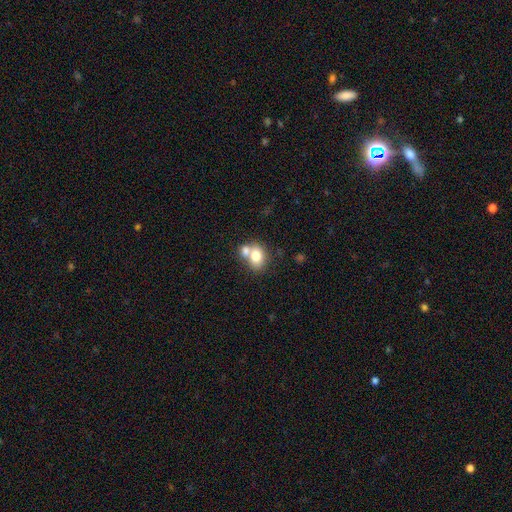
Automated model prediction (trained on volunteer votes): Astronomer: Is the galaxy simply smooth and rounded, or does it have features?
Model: smooth — 74%.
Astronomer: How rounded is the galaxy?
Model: in between — 55% (runner-up: round, 44%).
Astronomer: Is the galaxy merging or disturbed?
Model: merger — 52% (runner-up: none, 35%).